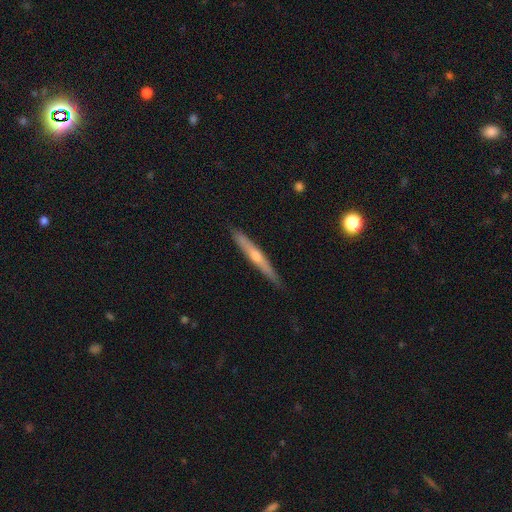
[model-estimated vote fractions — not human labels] This is possibly a featured or disk galaxy (59%). It is clearly viewed edge-on (95%). Edge-on bulge: likely rounded (75%). Merging: clearly none (88%).